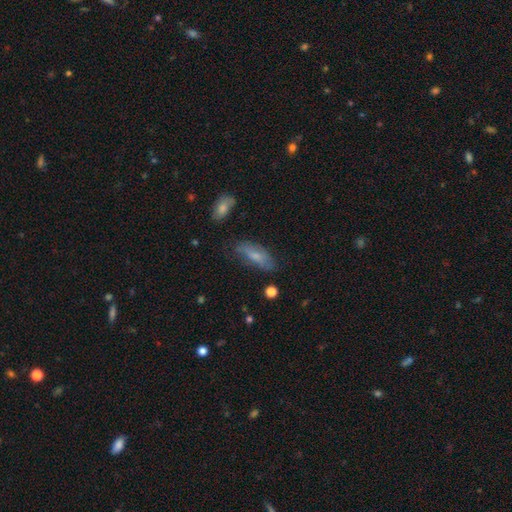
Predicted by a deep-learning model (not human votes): The model was most divided on "how rounded": in between: 66%, cigar-shaped: 31%, round: 3%. More confident: smooth or featured — smooth (66%); merging — none (66%).